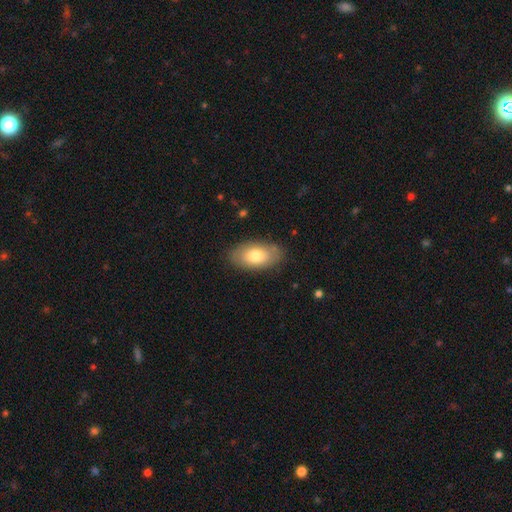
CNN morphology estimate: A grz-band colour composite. It shows a smooth galaxy with no disk features (76%) that is in between round and cigar-shaped (93%). Merging: none (83%).